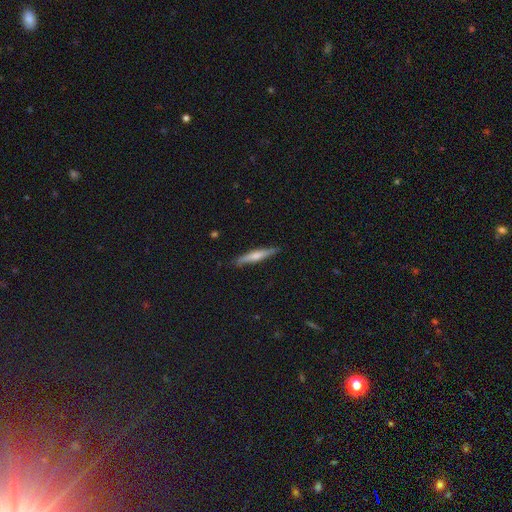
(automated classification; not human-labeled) Overall: smooth (50%; featured or disk 44%). How rounded: cigar-shaped (92%). Merging: none (88%).